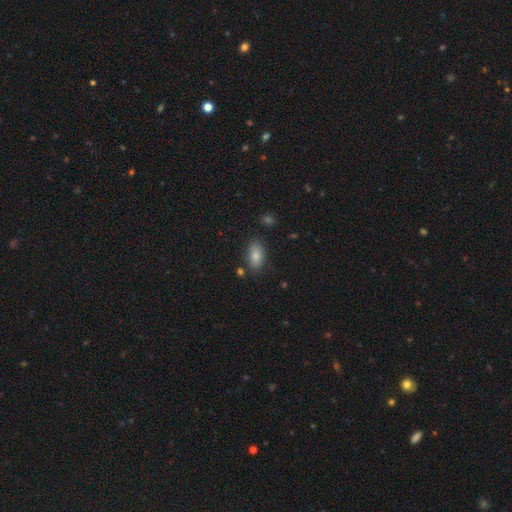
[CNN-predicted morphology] A smooth galaxy with no disk features (81%) that is in between round and cigar-shaped (90%).

Vote fractions:
- Smooth or featured? smooth: 81% / featured or disk: 10% / star or artifact: 8%
- How rounded? in between: 90% / round: 6% / cigar-shaped: 4%
- Merging? none: 80% / minor disturbance: 13% / merger: 4% / major disturbance: 3%